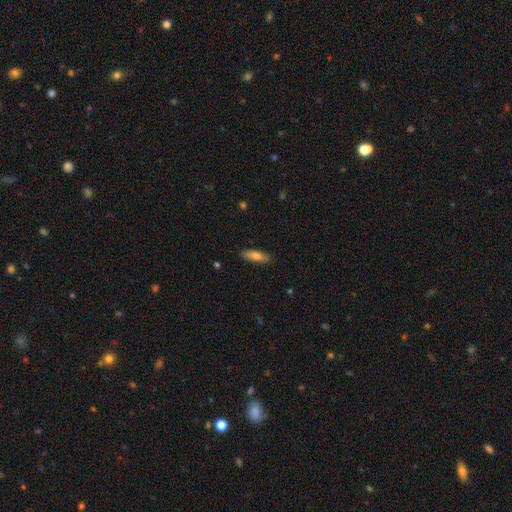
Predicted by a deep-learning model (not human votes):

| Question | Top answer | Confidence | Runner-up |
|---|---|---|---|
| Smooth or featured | smooth | 73% | featured or disk (21%) |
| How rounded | cigar-shaped | 55% | in between (43%) |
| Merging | none | 89% | minor disturbance (9%) |